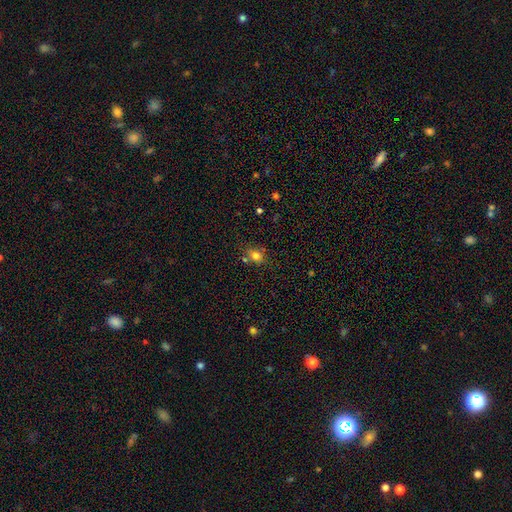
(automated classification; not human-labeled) The model was most divided on "how rounded": round: 51%, in between: 47%, cigar-shaped: 1%. More confident: smooth or featured — smooth (77%); merging — none (67%).